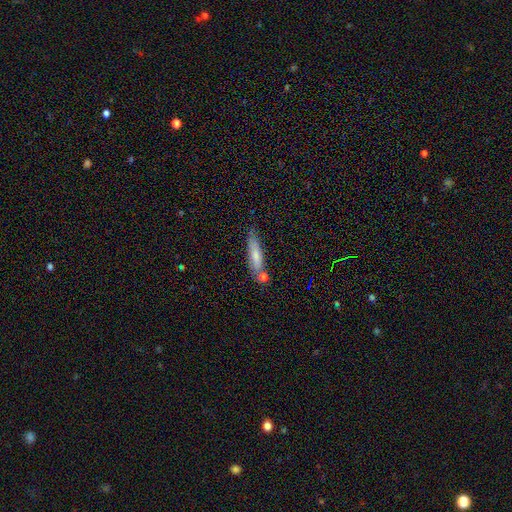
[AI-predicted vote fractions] smooth-or-featured: smooth: 68% | featured or disk: 24% | star or artifact: 7%
  how-rounded: cigar-shaped: 75% | in between: 23% | round: 2%
  merging: none: 63% | minor disturbance: 21% | merger: 11% | major disturbance: 5%